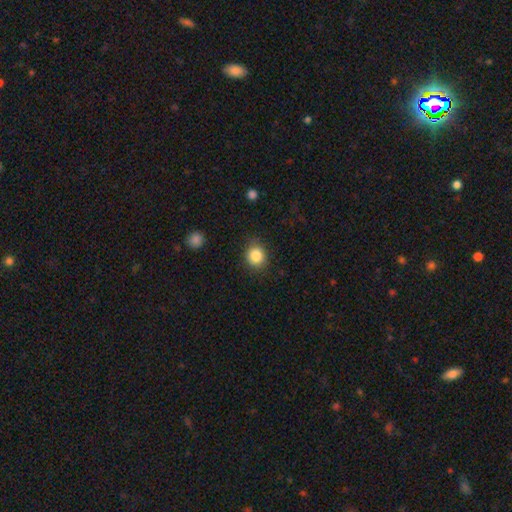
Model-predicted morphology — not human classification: smooth_or_featured: smooth (p=0.85) [alt: star or artifact p=0.10]
how_rounded: round (p=0.80) [alt: in between p=0.19]
merging: none (p=0.85) [alt: minor disturbance p=0.11]